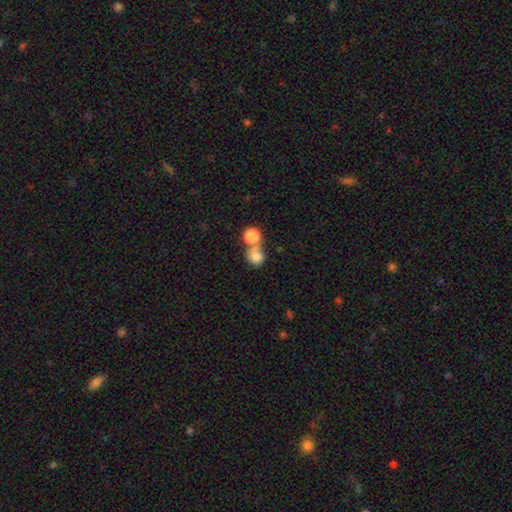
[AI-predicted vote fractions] Smooth or featured? smooth (79%)
How rounded? round (78%)
Merging? merger (55%)